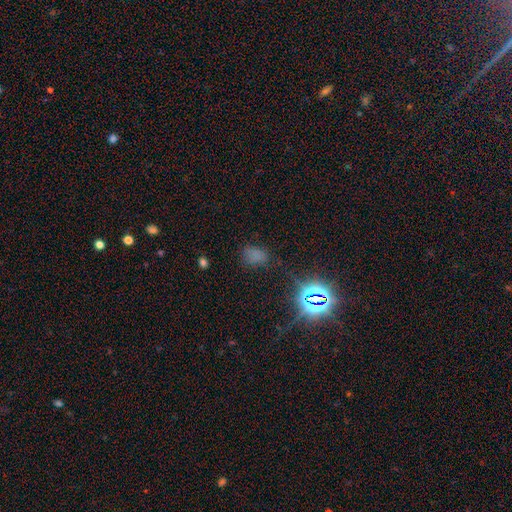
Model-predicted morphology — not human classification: The model was most divided on "smooth or featured": smooth: 56%, star or artifact: 36%, featured or disk: 8%. More confident: how rounded — in between (76%); merging — none (68%).